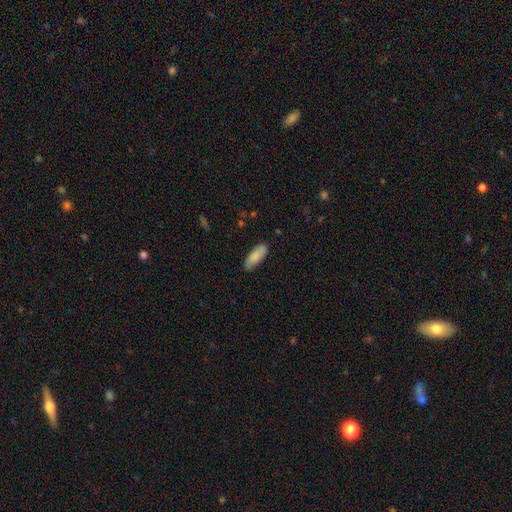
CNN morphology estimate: This appears to be a smooth galaxy with no disk features (85%) that is in between round and cigar-shaped (72%). Merging: none (84%).